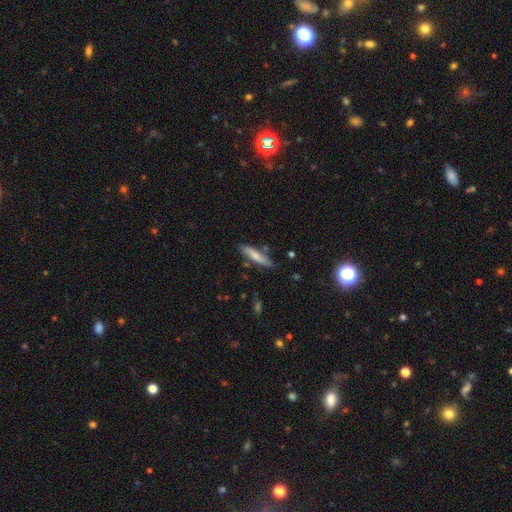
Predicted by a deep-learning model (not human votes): This appears to be a smooth galaxy with no disk features (66%) that is cigar-shaped (79%). Merging: none (76%).